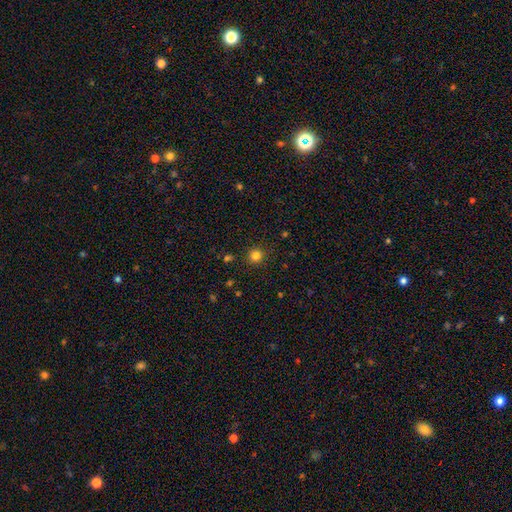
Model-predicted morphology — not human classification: Smooth or featured? smooth (82%)
How rounded? round (93%)
Merging? none (90%)